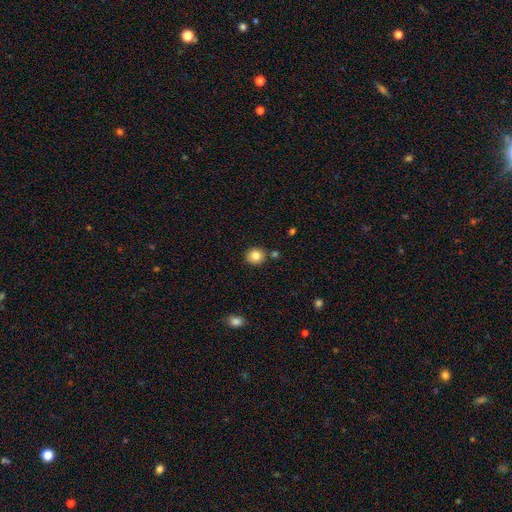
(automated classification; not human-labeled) Smooth or featured? smooth (83%)
How rounded? round (87%)
Merging? none (83%)